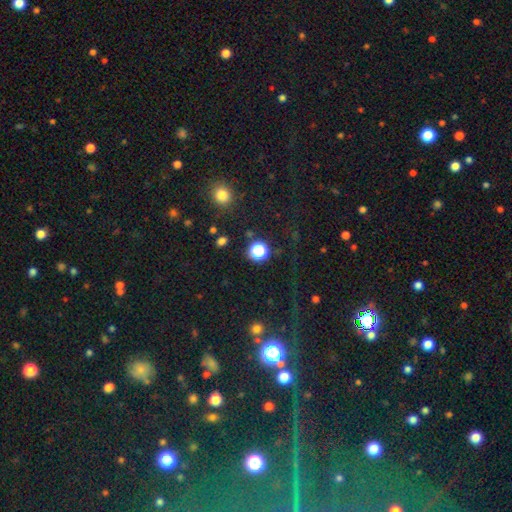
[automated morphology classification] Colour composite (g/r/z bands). It shows a star or artifact, not a galaxy (56%).